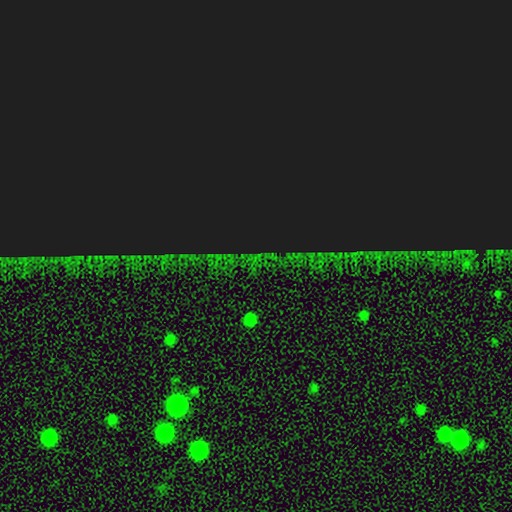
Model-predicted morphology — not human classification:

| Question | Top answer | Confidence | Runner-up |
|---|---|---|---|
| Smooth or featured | star or artifact | 85% | smooth (8%) |